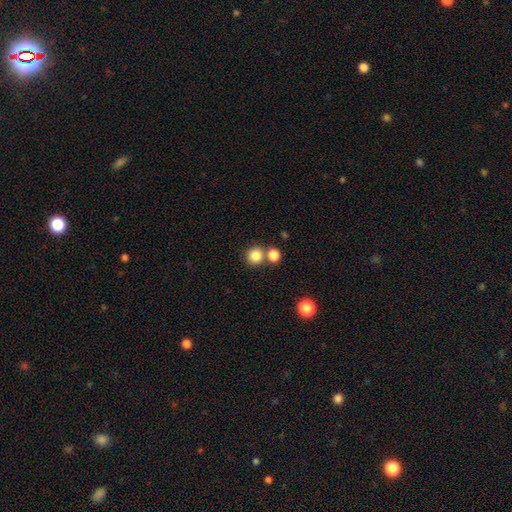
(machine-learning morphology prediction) This is clearly a smooth galaxy (83%). How rounded: clearly round (92%). Merging: likely none (69%).